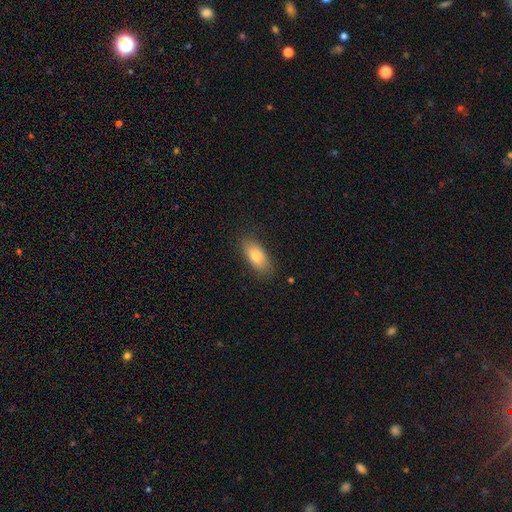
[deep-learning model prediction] Smooth or featured: smooth — 81% (featured or disk — 12%)
How rounded: in between — 83% (cigar-shaped — 14%)
Merging: none — 84% (minor disturbance — 12%)